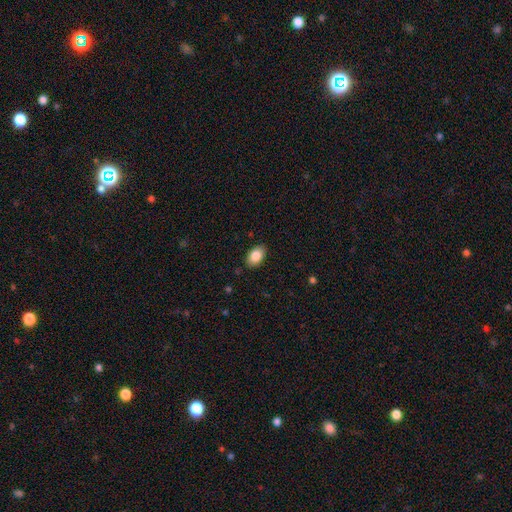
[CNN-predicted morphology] This appears to be a smooth galaxy with no disk features (86%) that is in between round and cigar-shaped (90%). Merging: none (87%).